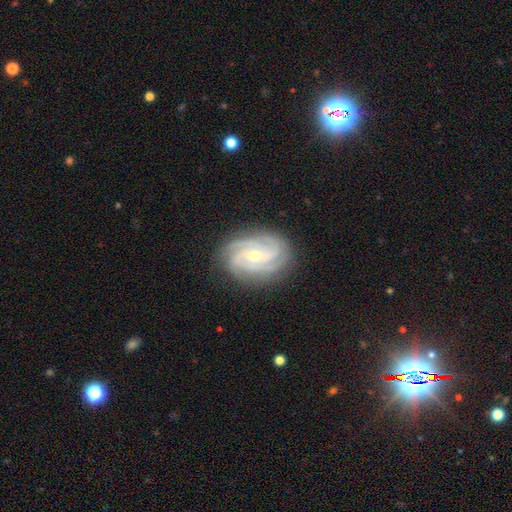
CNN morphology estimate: smooth_or_featured: featured or disk (p=0.89) [alt: star or artifact p=0.06]
disk_edge_on: no (p=0.97) [alt: yes p=0.03]
bar: no (p=0.52) [alt: weak p=0.36]
has_spiral_arms: yes (p=0.98) [alt: no p=0.02]
spiral_winding: tight (p=0.68) [alt: medium p=0.28]
spiral_arm_count: 4 (p=0.37) [alt: 3 p=0.30]
bulge_size: small (p=0.58) [alt: moderate p=0.40]
merging: none (p=0.83) [alt: minor disturbance p=0.13]